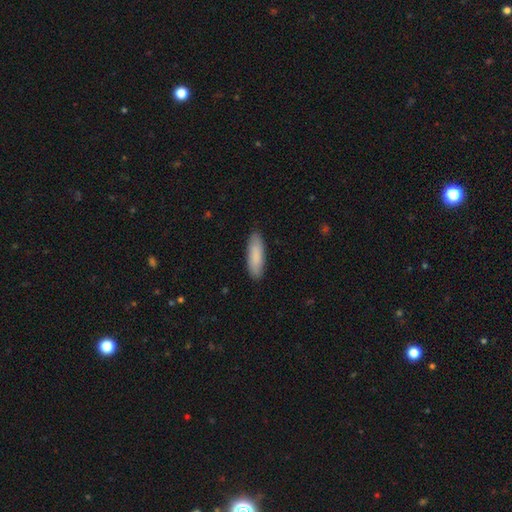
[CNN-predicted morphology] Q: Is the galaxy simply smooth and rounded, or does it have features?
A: smooth — 87%.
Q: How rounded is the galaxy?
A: cigar-shaped — 56%.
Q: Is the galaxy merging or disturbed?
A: none — 89%.